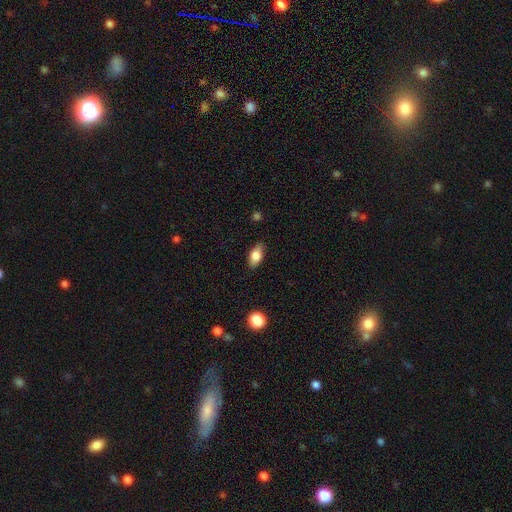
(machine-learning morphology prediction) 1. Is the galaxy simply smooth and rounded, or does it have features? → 78% smooth, 14% featured or disk, 8% star or artifact.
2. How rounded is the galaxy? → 87% in between, 7% cigar-shaped, 6% round.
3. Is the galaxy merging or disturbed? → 86% none, 11% minor disturbance, 2% major disturbance, 1% merger.